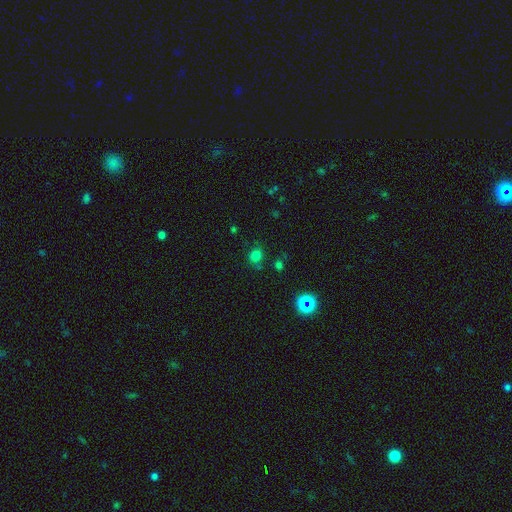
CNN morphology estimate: smooth_or_featured: smooth (p=0.74) [alt: star or artifact p=0.20]
how_rounded: round (p=0.76) [alt: in between p=0.23]
merging: none (p=0.75) [alt: minor disturbance p=0.14]